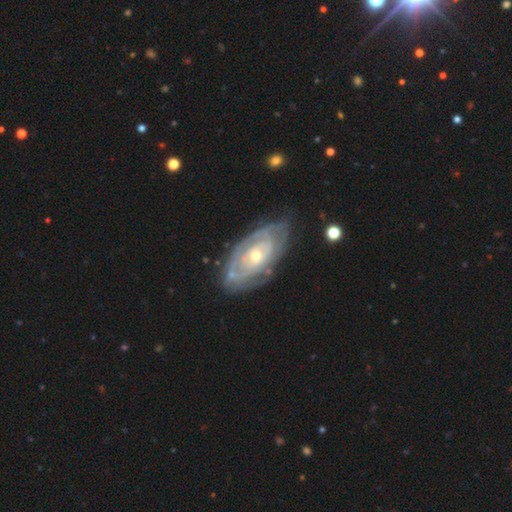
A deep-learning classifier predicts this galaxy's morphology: Overall: featured or disk (79%). Edge-on disk: no (92%). Bar: no (80%). Spiral arms: yes (75%). Spiral arm count: can't tell (57%; 2 21%). Spiral winding: tight (77%). Bulge size: small (56%; moderate 40%). Merging: none (70%).